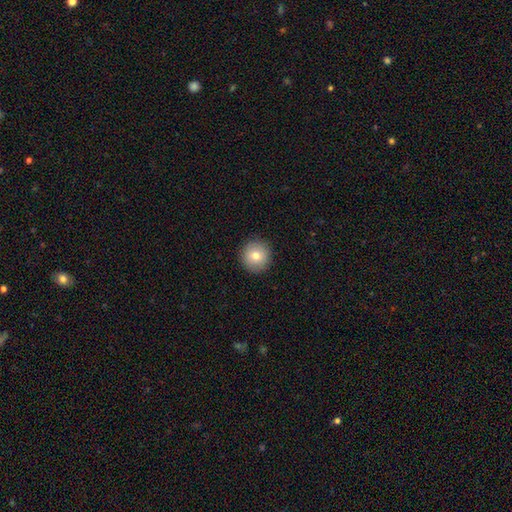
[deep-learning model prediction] The model was most divided on "smooth or featured": smooth: 78%, featured or disk: 13%, star or artifact: 9%. More confident: how rounded — round (95%); merging — none (91%).